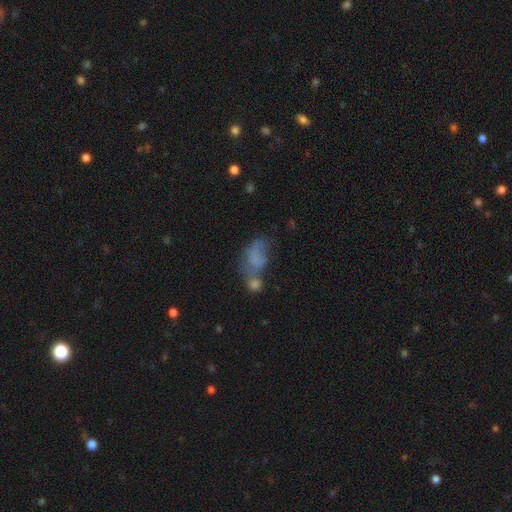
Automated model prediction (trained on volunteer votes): smooth-or-featured: smooth: 61% | featured or disk: 26% | star or artifact: 13%
  how-rounded: in between: 85% | round: 12% | cigar-shaped: 3%
  merging: merger: 42% | none: 21% | major disturbance: 21% | minor disturbance: 16%